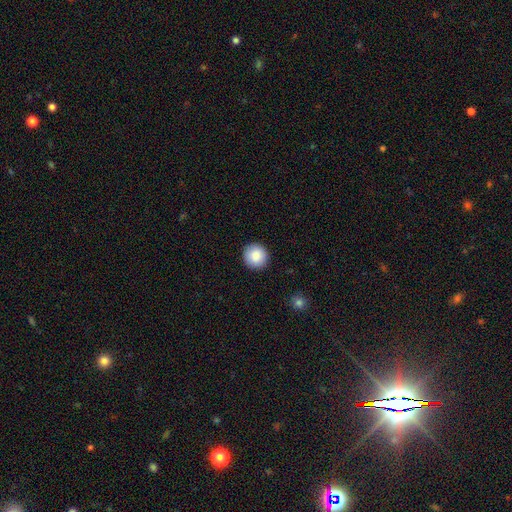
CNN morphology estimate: A smooth galaxy with no disk features (88%) that is round (94%).

Vote fractions:
- Smooth or featured? smooth: 88% / star or artifact: 8% / featured or disk: 5%
- How rounded? round: 94% / in between: 5% / cigar-shaped: 1%
- Merging? none: 92% / minor disturbance: 5% / major disturbance: 2% / merger: 1%